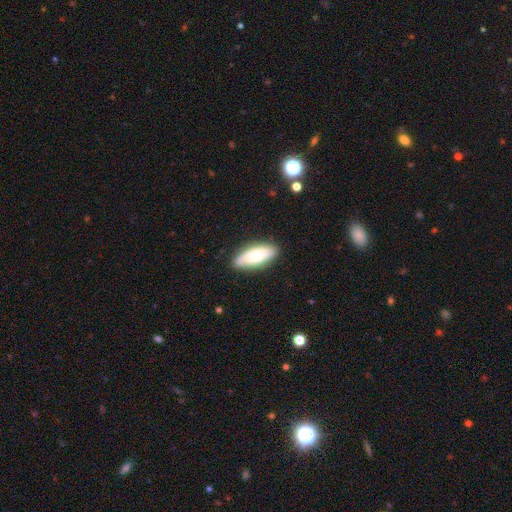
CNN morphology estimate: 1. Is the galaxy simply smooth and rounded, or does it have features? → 76% smooth, 18% featured or disk, 6% star or artifact.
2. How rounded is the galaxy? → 72% in between, 26% cigar-shaped, 2% round.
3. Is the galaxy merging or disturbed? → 83% none, 13% minor disturbance, 3% major disturbance, 1% merger.